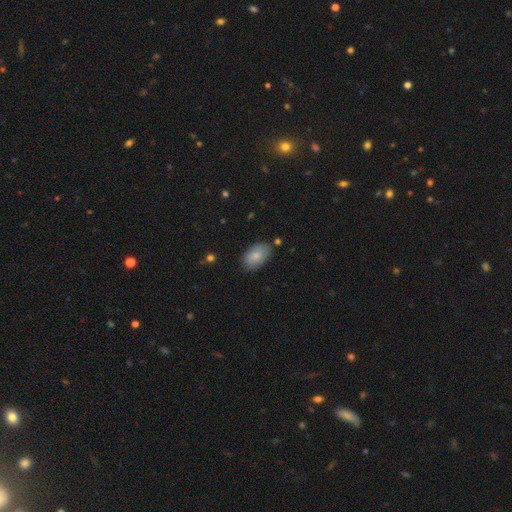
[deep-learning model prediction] Smooth or featured? smooth (82%)
How rounded? in between (93%)
Merging? none (80%)